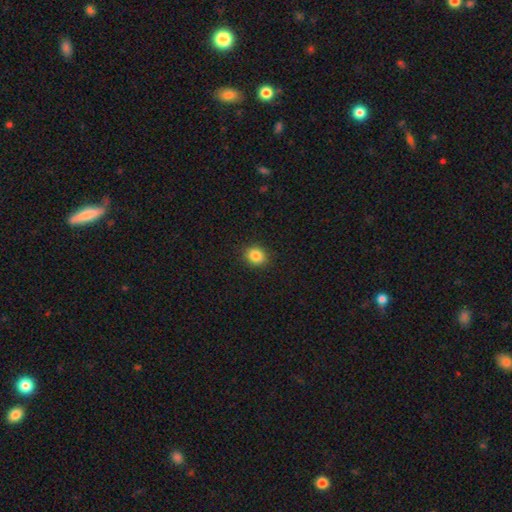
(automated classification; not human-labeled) A smooth galaxy with no disk features (85%) that is round (68%).

Vote fractions:
- Smooth or featured? smooth: 85% / star or artifact: 10% / featured or disk: 5%
- How rounded? round: 68% / in between: 31% / cigar-shaped: 1%
- Merging? none: 91% / minor disturbance: 7% / major disturbance: 2% / merger: 1%